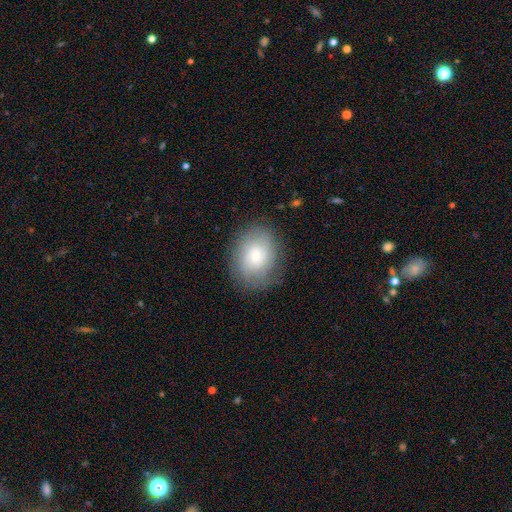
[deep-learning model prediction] smooth 51%, featured or disk 40%, star or artifact 9%. Down the decision tree: how rounded — in between (54%); merging — none (79%).